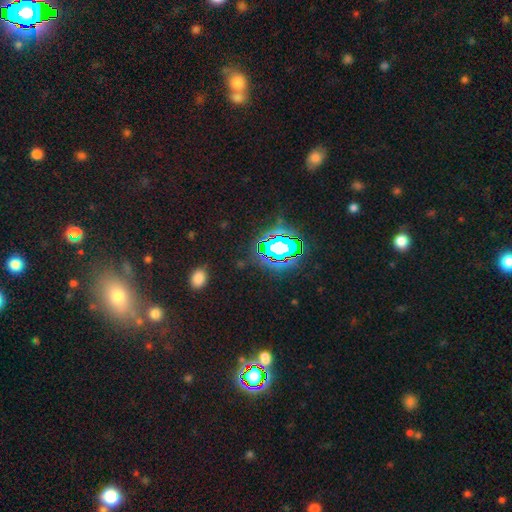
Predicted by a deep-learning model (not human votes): This is likely a star or artifact rather than a galaxy (71%).